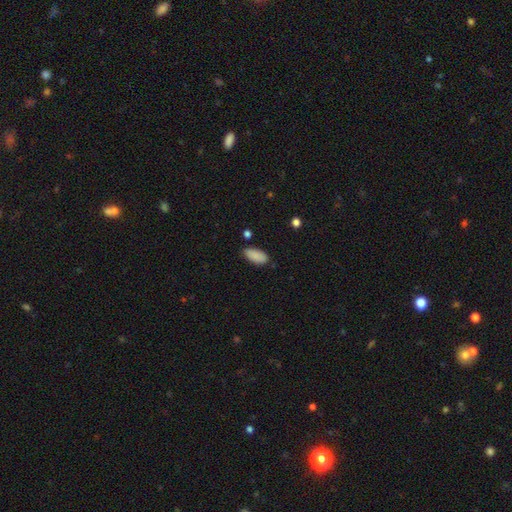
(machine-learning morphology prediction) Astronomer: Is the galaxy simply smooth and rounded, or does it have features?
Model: smooth — 89%.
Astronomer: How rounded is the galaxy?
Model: in between — 90%.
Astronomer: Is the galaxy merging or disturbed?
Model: none — 78%.